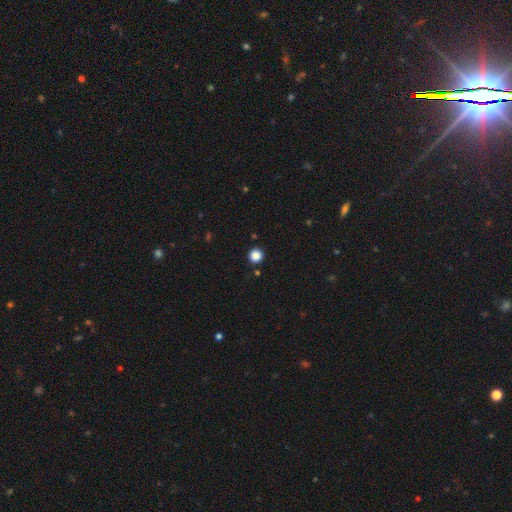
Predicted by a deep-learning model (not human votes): smooth 86%, star or artifact 11%, featured or disk 3%. Down the decision tree: how rounded — round (95%); merging — none (92%).